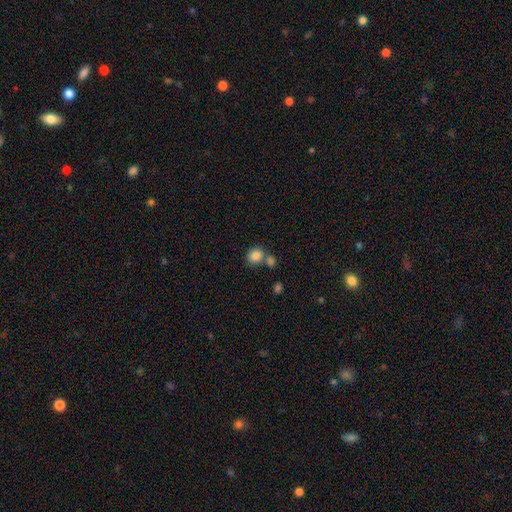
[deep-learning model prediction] A smooth galaxy with no disk features (85%) that is round (69%).

Vote fractions:
- Smooth or featured? smooth: 85% / star or artifact: 9% / featured or disk: 6%
- How rounded? round: 69% / in between: 30% / cigar-shaped: 1%
- Merging? none: 55% / merger: 31% / minor disturbance: 10% / major disturbance: 4%